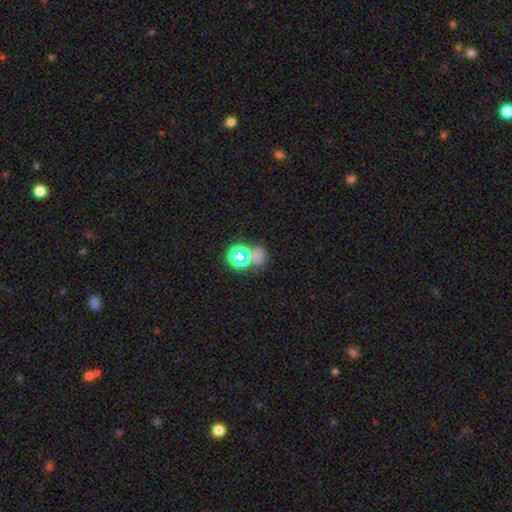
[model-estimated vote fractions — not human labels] A smooth galaxy with no disk features (45%). Merging: none (49%).